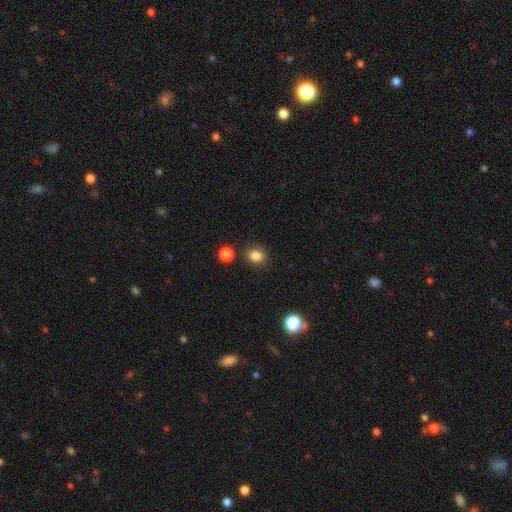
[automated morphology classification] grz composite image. It shows a smooth galaxy with no disk features (84%) that is round (59%). Merging: none (82%).